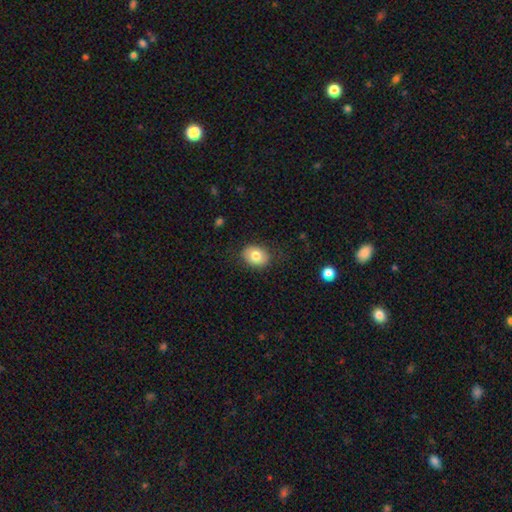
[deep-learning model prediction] A smooth galaxy with no disk features (80%) that is in between round and cigar-shaped (63%). Merging: none (84%).